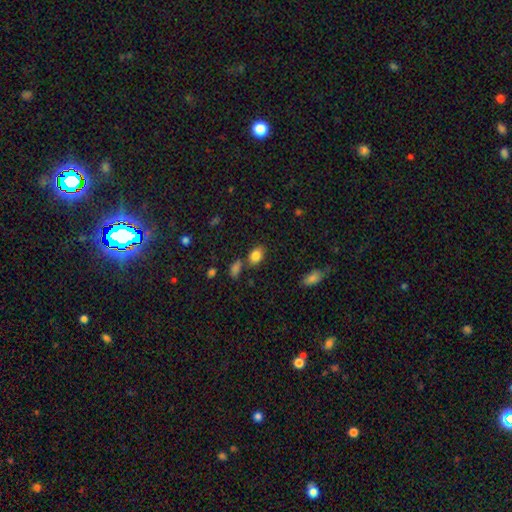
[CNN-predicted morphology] Smooth or featured: smooth — 83% (star or artifact — 9%)
How rounded: in between — 81% (round — 18%)
Merging: none — 67% (minor disturbance — 15%)